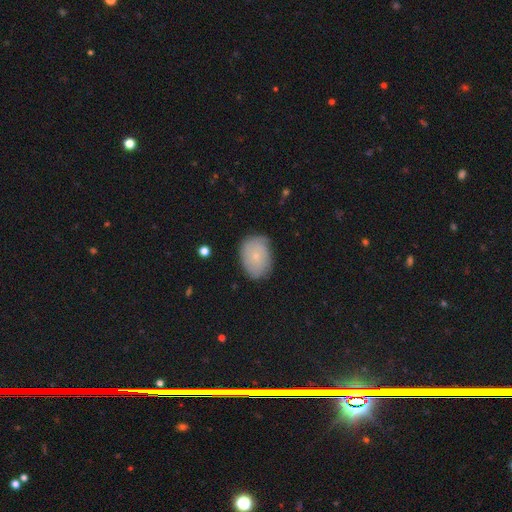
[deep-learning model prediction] smooth 61%, featured or disk 31%, star or artifact 8%. Down the decision tree: how rounded — in between (73%); merging — none (76%).